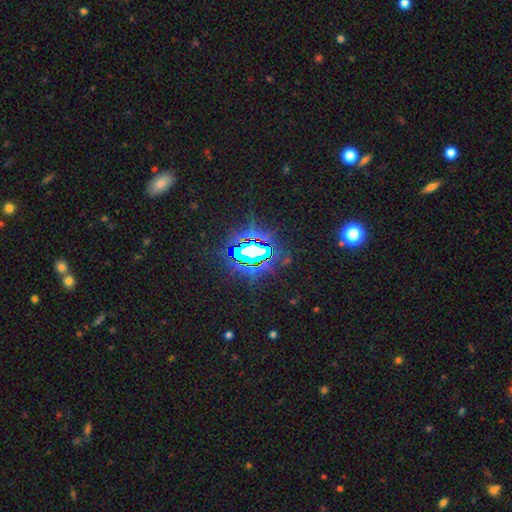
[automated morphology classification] This is clearly a star or artifact rather than a galaxy (82%).